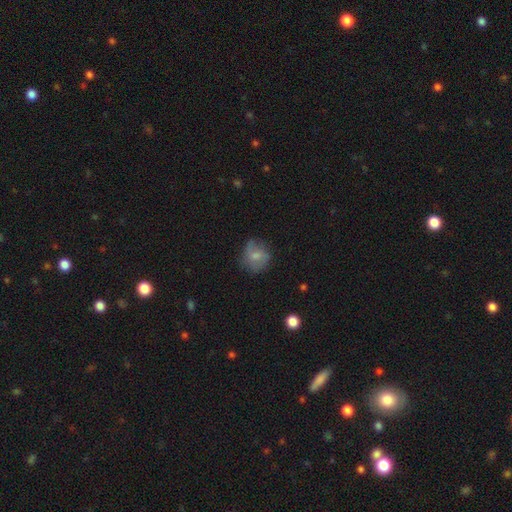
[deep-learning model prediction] Smooth or featured?
  - smooth: 64% *
  - featured or disk: 27%
  - star or artifact: 9%
How rounded?
  - round: 71% *
  - in between: 28%
  - cigar-shaped: 1%
Merging?
  - none: 56% *
  - minor disturbance: 28%
  - major disturbance: 13%
  - merger: 2%